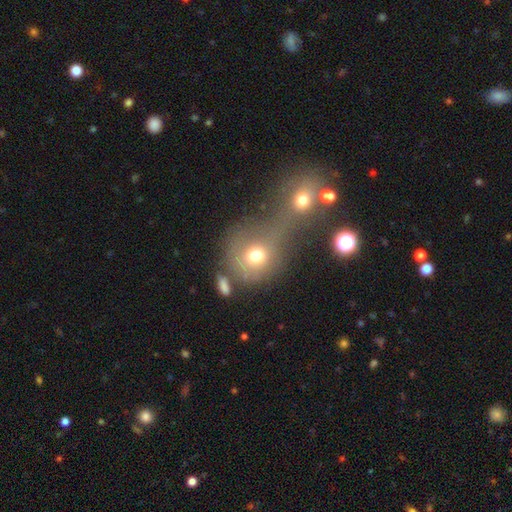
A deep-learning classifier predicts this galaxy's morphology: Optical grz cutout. It shows a smooth galaxy with no disk features (66%) that is round (78%). Merging: merger (53%).